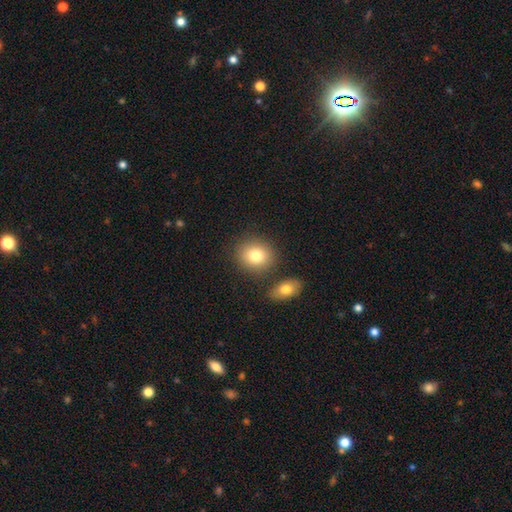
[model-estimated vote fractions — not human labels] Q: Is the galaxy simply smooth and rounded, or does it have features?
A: smooth — 81%.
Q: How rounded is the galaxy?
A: round — 70%.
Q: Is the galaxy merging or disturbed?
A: none — 77%.